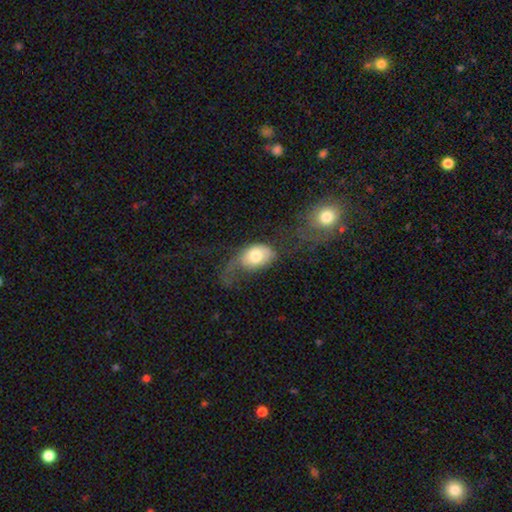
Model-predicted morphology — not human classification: Smooth or featured: smooth — 67% (featured or disk — 26%)
How rounded: in between — 79% (round — 19%)
Merging: major disturbance — 49% (none — 23%)